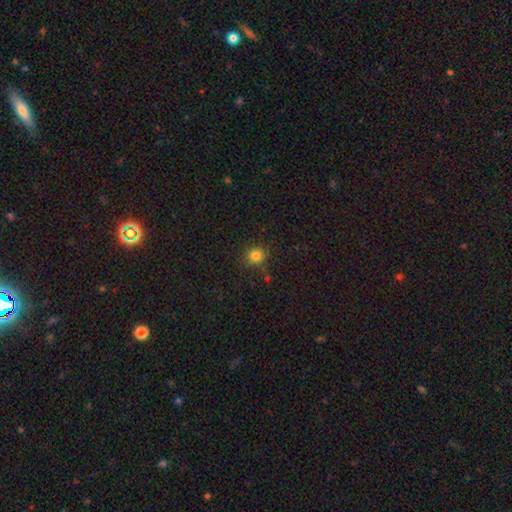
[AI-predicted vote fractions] Smooth or featured? smooth (82%)
How rounded? round (87%)
Merging? none (81%)